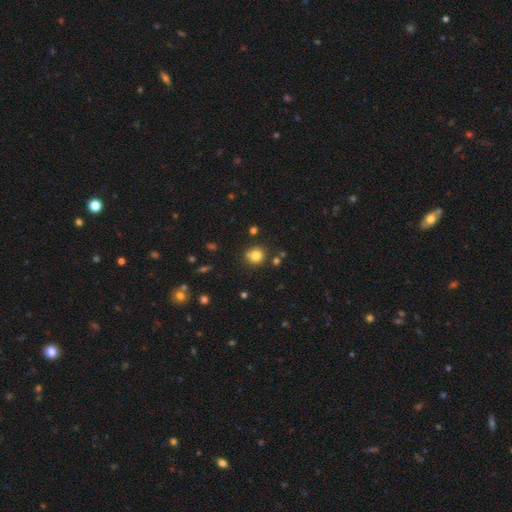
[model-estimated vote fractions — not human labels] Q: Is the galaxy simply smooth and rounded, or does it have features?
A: smooth — 79%.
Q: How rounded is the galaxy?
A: round — 88%.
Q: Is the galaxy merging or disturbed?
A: none — 75%.